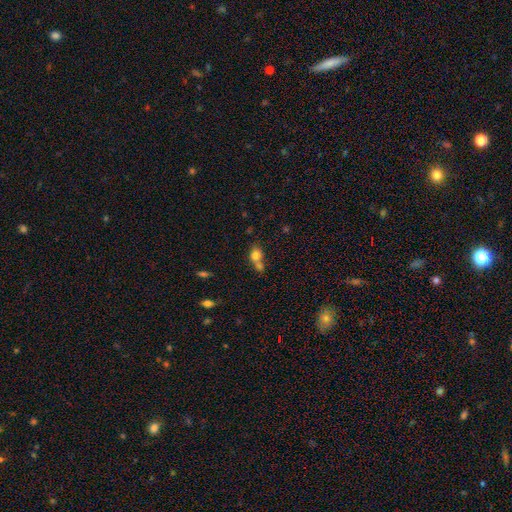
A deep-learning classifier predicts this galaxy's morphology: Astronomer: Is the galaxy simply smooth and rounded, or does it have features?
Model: smooth — 75%.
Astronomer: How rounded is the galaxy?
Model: round — 56% (runner-up: in between, 42%).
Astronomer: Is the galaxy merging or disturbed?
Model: merger — 53% (runner-up: none, 32%).